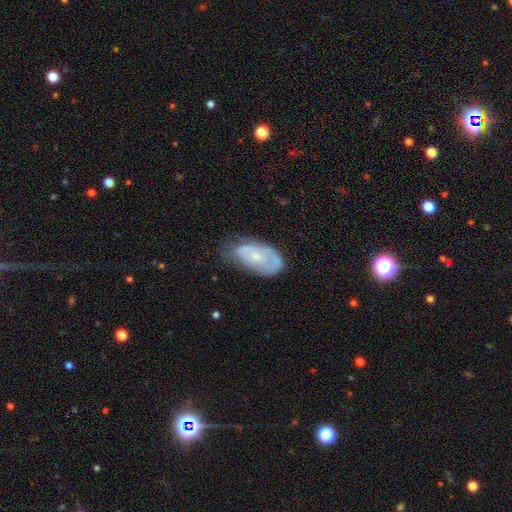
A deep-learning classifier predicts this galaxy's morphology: A featured or disk galaxy (53%).

Vote fractions:
- Smooth or featured? featured or disk: 53% / smooth: 40% / star or artifact: 7%
- Edge-on disk? no: 94% / yes: 6%
- Merging? none: 46% / minor disturbance: 35% / major disturbance: 16% / merger: 2%